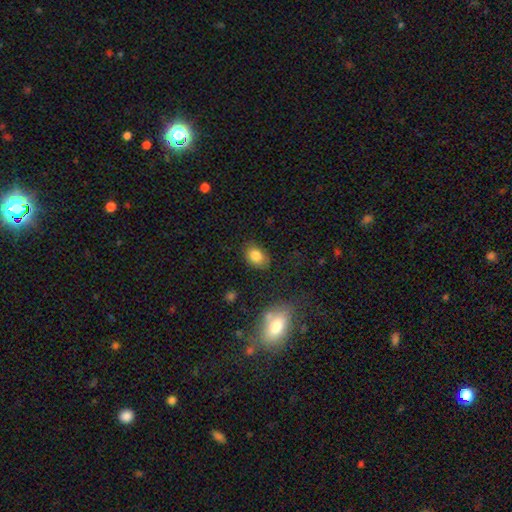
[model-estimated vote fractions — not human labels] This is clearly a smooth galaxy (83%). How rounded: likely in between (75%). Merging: likely none (78%).